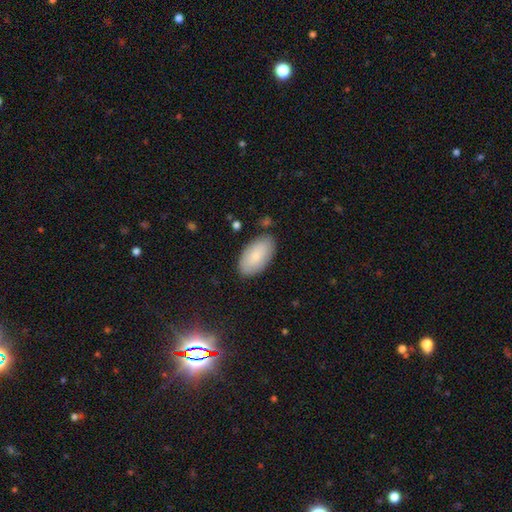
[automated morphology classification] Smooth or featured: smooth — 82% (featured or disk — 12%)
How rounded: in between — 96% (round — 2%)
Merging: none — 83% (minor disturbance — 12%)